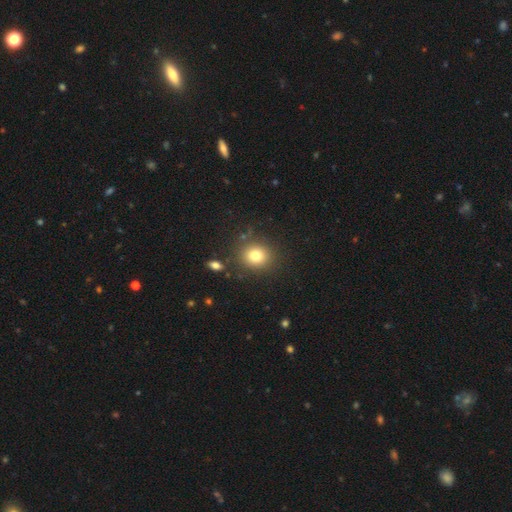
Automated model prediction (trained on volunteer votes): Morphology: type=smooth (78%); roundness=round (76%); merging=none (84%).